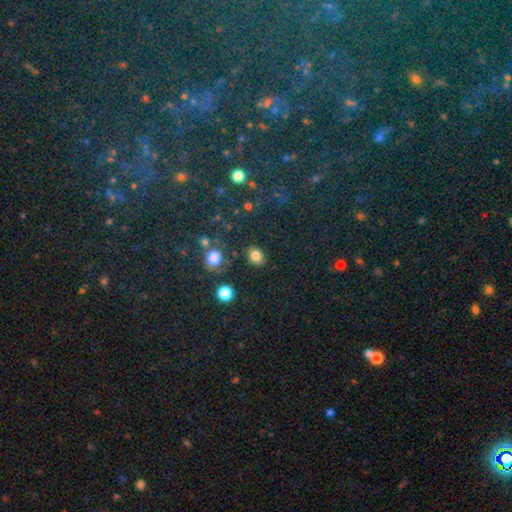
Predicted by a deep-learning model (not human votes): The model was most divided on "how rounded": in between: 54%, round: 45%, cigar-shaped: 1%. More confident: merging — none (82%); smooth or featured — smooth (81%).